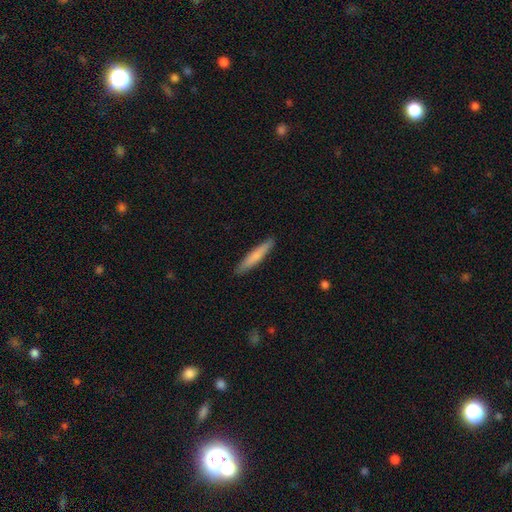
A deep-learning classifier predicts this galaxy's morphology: type=smooth (74%); roundness=cigar-shaped (93%); merging=none (91%).